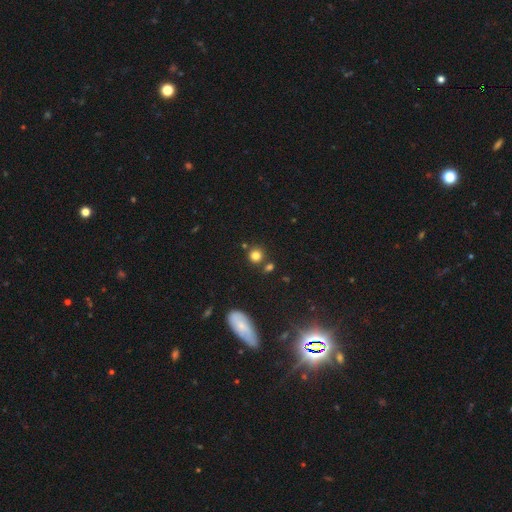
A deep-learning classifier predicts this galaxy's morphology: This appears to be a smooth galaxy with no disk features (79%) that is round (89%). Merging: none (77%).